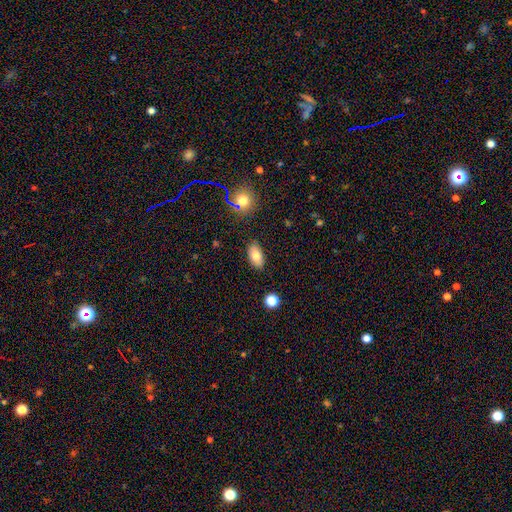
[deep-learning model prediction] Smooth or featured?
  - smooth: 79% *
  - featured or disk: 12%
  - star or artifact: 9%
How rounded?
  - in between: 92% *
  - round: 5%
  - cigar-shaped: 3%
Merging?
  - none: 86% *
  - minor disturbance: 10%
  - major disturbance: 2%
  - merger: 2%